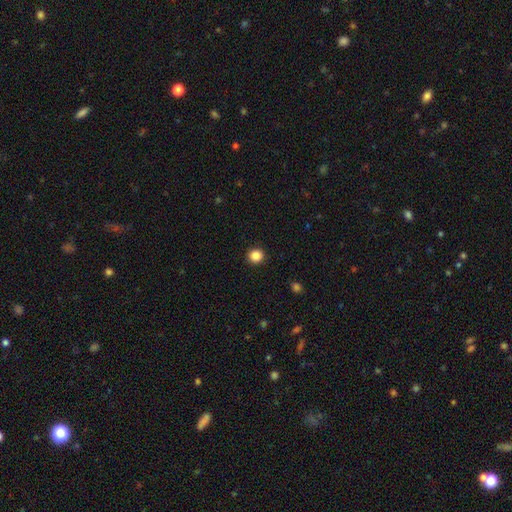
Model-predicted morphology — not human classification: A smooth galaxy with no disk features (86%) that is round (93%). Merging: none (93%).